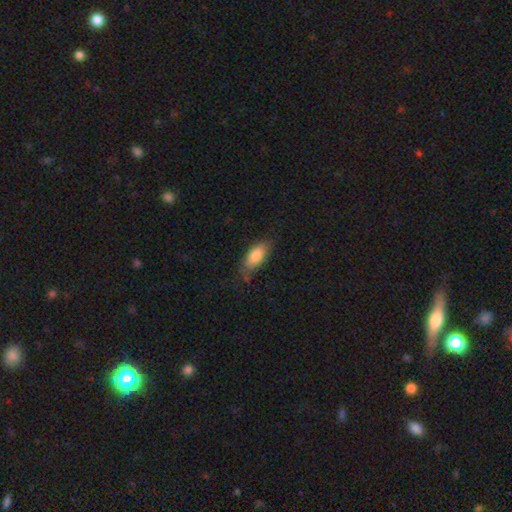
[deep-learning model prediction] Smooth or featured: smooth — 83% (featured or disk — 11%)
How rounded: in between — 83% (cigar-shaped — 15%)
Merging: none — 69% (minor disturbance — 24%)